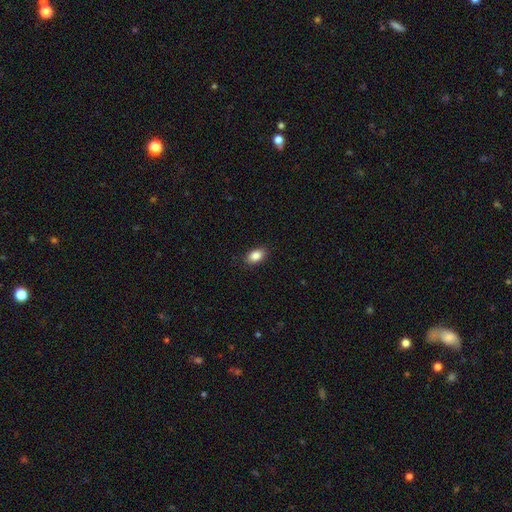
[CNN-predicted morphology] type=smooth (86%); roundness=in between (90%); merging=none (88%).